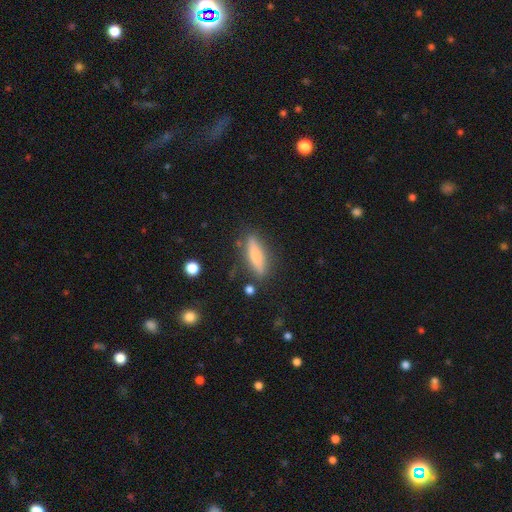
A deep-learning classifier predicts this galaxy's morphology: Q: Smooth or featured?
A: smooth (64%); runner-up: featured or disk (29%)
Q: How rounded?
A: cigar-shaped (71%); runner-up: in between (27%)
Q: Merging?
A: none (82%); runner-up: minor disturbance (12%)